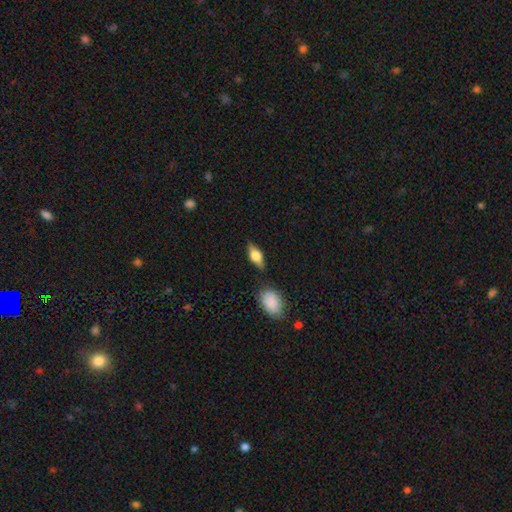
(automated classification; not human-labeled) The model was most divided on "smooth or featured": smooth: 53%, featured or disk: 39%, star or artifact: 7%. More confident: merging — none (79%); how rounded — in between (74%).